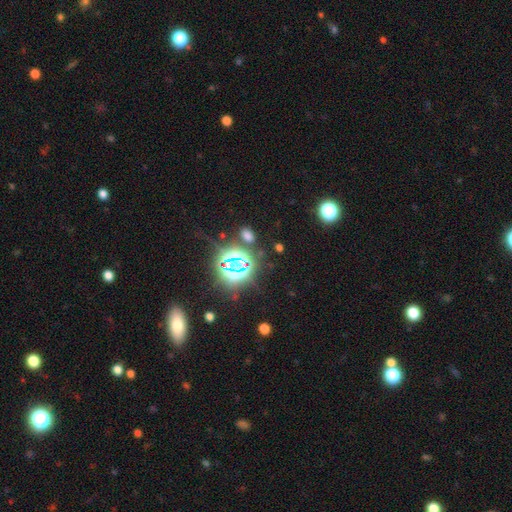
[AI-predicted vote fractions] This is likely a star or artifact rather than a galaxy (79%).